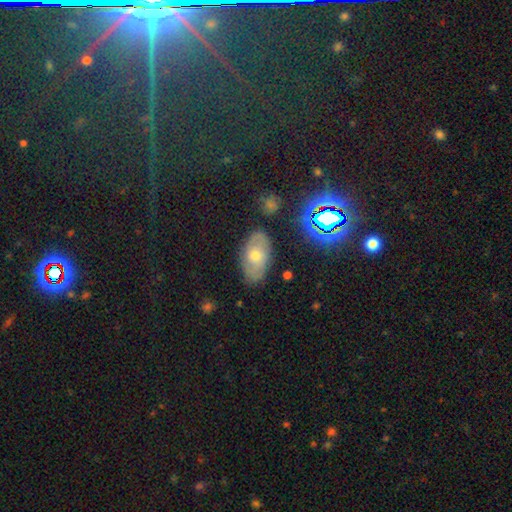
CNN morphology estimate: The model was most divided on "smooth or featured": smooth: 47%, featured or disk: 43%, star or artifact: 10%. More confident: merging — none (74%).